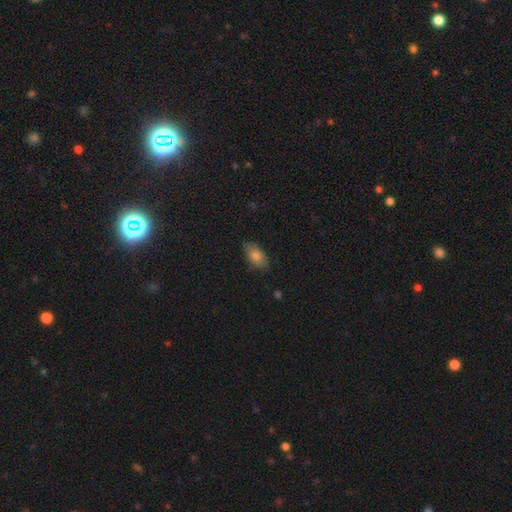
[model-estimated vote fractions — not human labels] This appears to be a smooth galaxy with no disk features (82%) that is in between round and cigar-shaped (90%). Merging: none (79%).